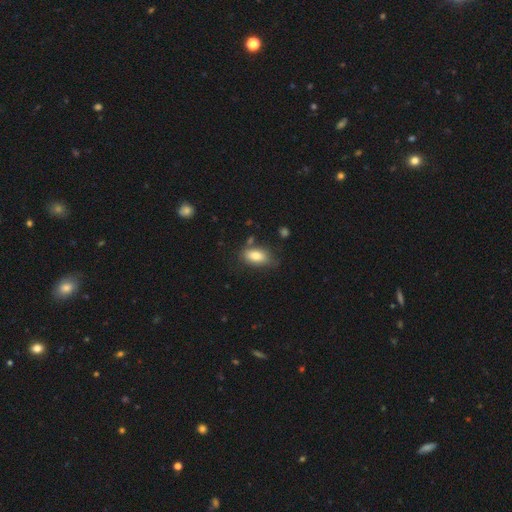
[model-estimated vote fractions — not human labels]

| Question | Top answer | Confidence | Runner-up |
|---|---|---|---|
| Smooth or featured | smooth | 82% | featured or disk (10%) |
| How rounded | in between | 90% | round (5%) |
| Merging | none | 68% | minor disturbance (21%) |